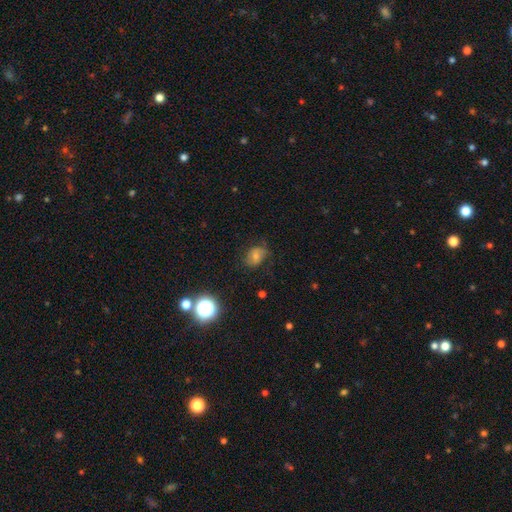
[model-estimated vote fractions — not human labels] This appears to be a smooth galaxy with no disk features (57%) that is in between round and cigar-shaped (62%). Merging: none (62%).